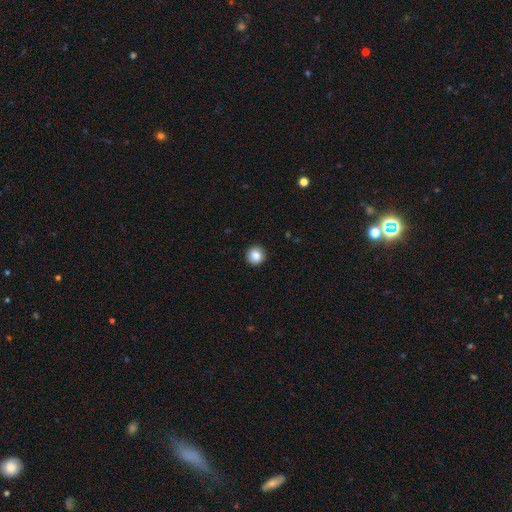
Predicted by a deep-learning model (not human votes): Smooth or featured? Predicted: smooth (p=0.86). How rounded? Predicted: round (p=0.95). Merging? Predicted: none (p=0.93).